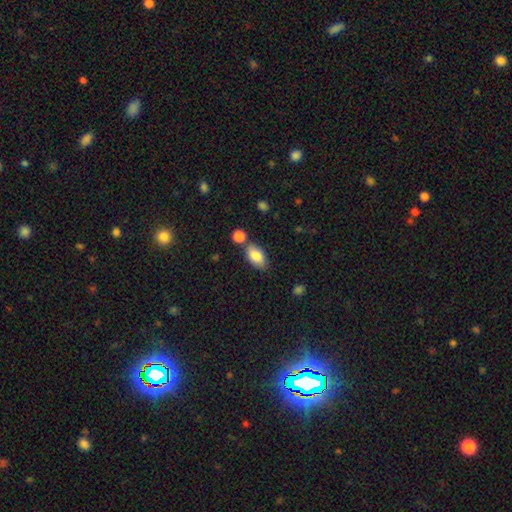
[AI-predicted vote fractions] A smooth galaxy with no disk features (84%) that is in between round and cigar-shaped (92%). Merging: none (69%).